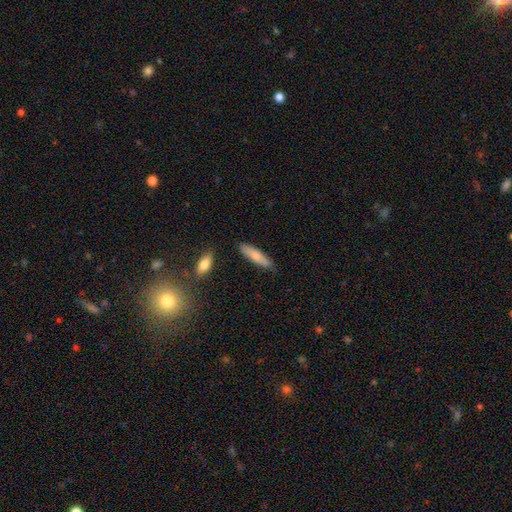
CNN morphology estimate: This appears to be a smooth galaxy with no disk features (72%) that is cigar-shaped (74%). Merging: none (81%).